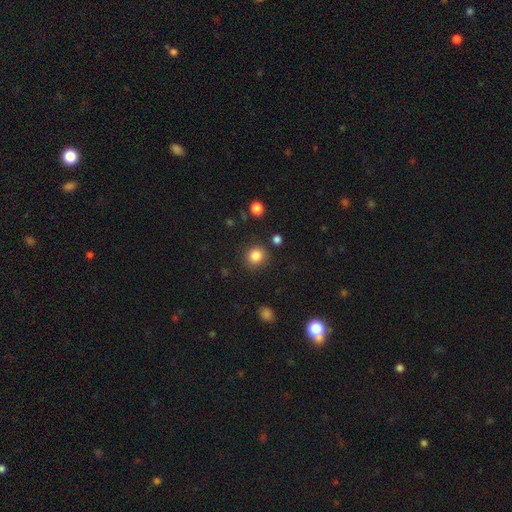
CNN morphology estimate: smooth_or_featured: smooth (p=0.85) [alt: star or artifact p=0.11]
how_rounded: round (p=0.89) [alt: in between p=0.10]
merging: none (p=0.86) [alt: minor disturbance p=0.08]